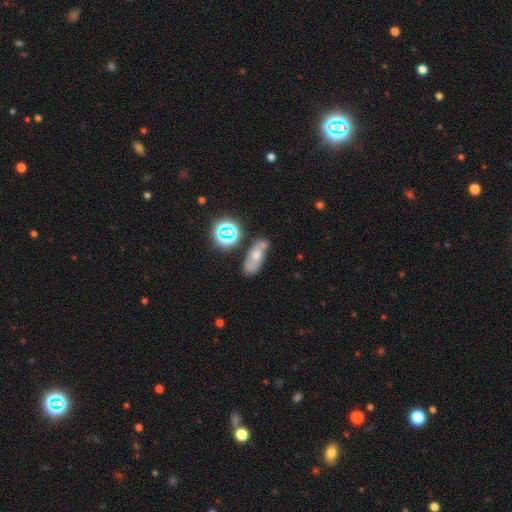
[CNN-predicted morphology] Overall: smooth (50%; featured or disk 30%). Merging: none (50%; merger 21%).